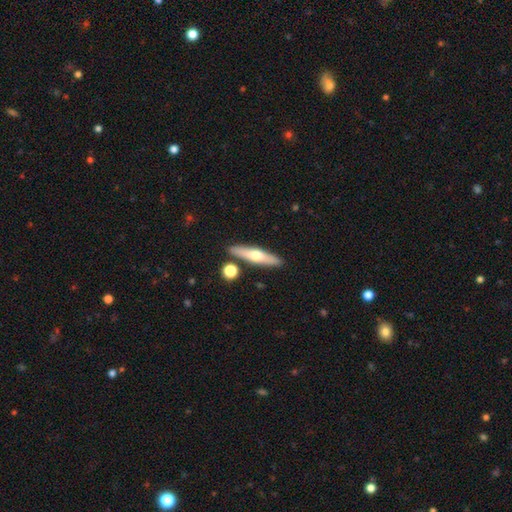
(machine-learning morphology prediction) Q: Smooth or featured?
A: featured or disk (49%); runner-up: smooth (46%)
Q: Merging?
A: none (86%); runner-up: minor disturbance (8%)